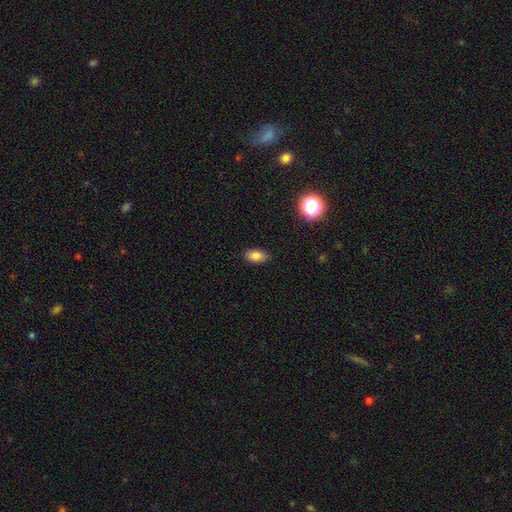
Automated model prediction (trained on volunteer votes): Smooth or featured: smooth — 83% (star or artifact — 11%)
How rounded: in between — 90% (round — 7%)
Merging: none — 84% (minor disturbance — 12%)